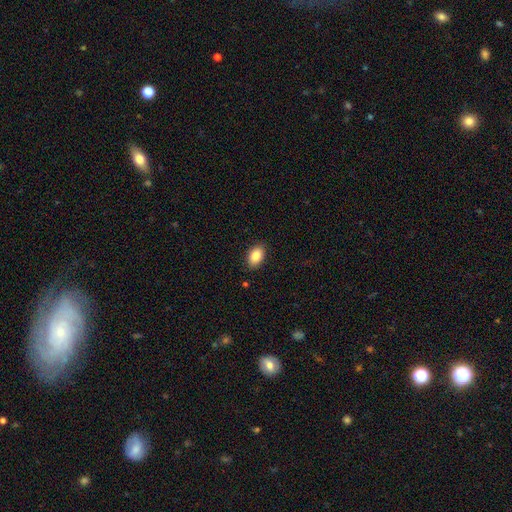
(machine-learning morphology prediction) Smooth or featured? Predicted: smooth (p=0.87). How rounded? Predicted: in between (p=0.90). Merging? Predicted: none (p=0.88).